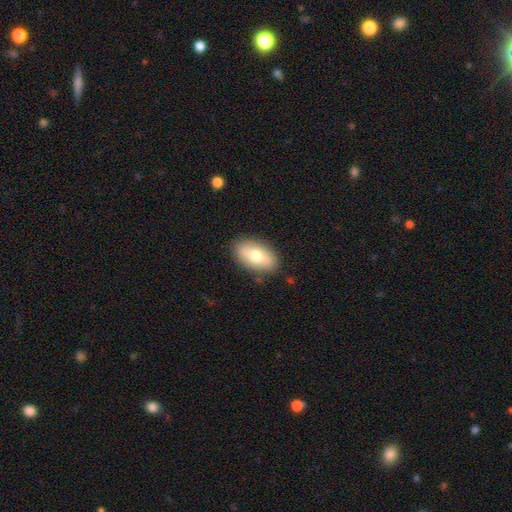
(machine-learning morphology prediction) Smooth or featured? Predicted: smooth (p=0.69). How rounded? Predicted: in between (p=0.92). Merging? Predicted: none (p=0.85).